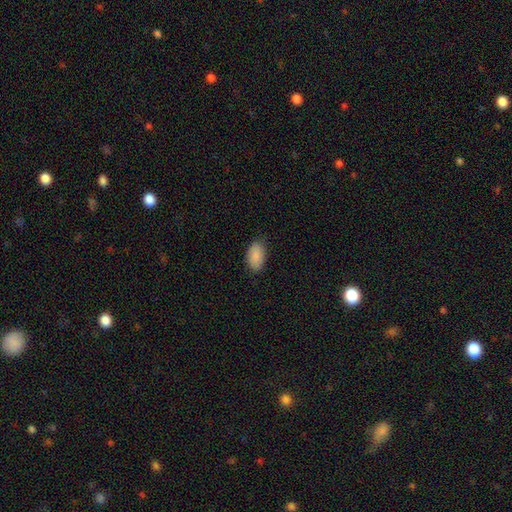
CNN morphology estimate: A smooth galaxy with no disk features (90%) that is in between round and cigar-shaped (94%).

Vote fractions:
- Smooth or featured? smooth: 90% / star or artifact: 6% / featured or disk: 4%
- How rounded? in between: 94% / round: 4% / cigar-shaped: 2%
- Merging? none: 83% / minor disturbance: 13% / major disturbance: 3% / merger: 1%